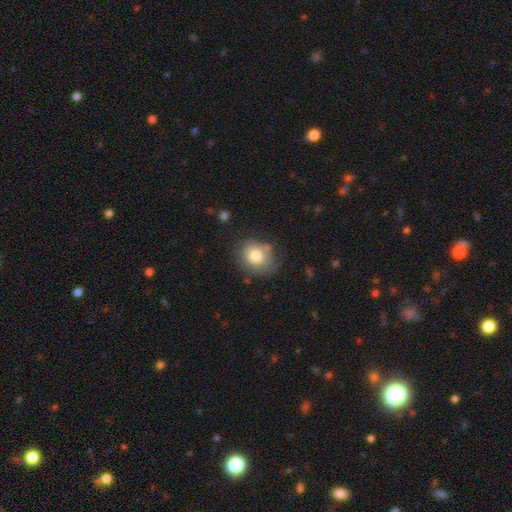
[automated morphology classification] Q: Smooth or featured?
A: smooth (77%); runner-up: featured or disk (14%)
Q: How rounded?
A: round (64%); runner-up: in between (35%)
Q: Merging?
A: none (69%); runner-up: minor disturbance (20%)